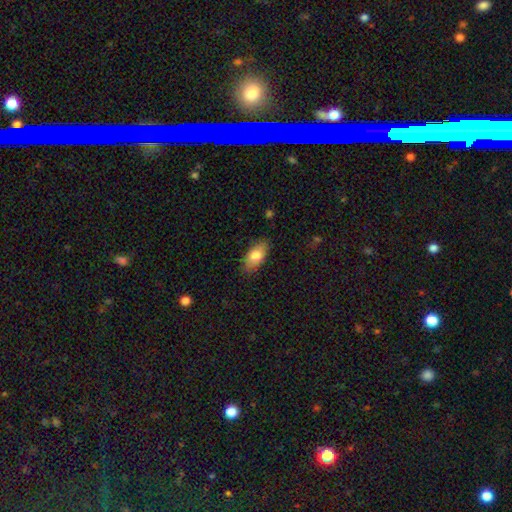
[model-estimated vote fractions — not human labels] Smooth or featured: smooth — 78% (featured or disk — 16%)
How rounded: in between — 90% (cigar-shaped — 5%)
Merging: none — 83% (minor disturbance — 13%)